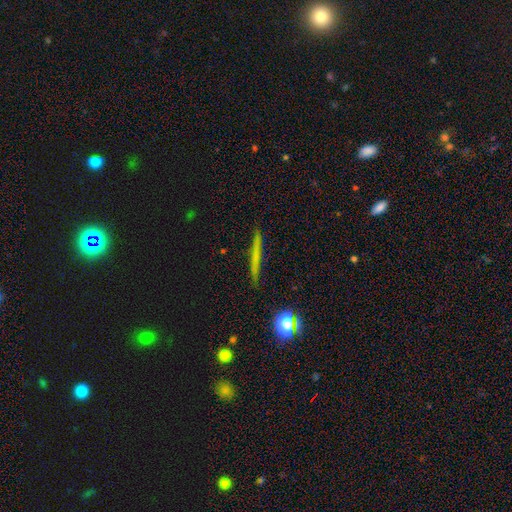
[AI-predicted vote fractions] smooth 49%, featured or disk 40%, star or artifact 11%. Down the decision tree: merging — none (90%).